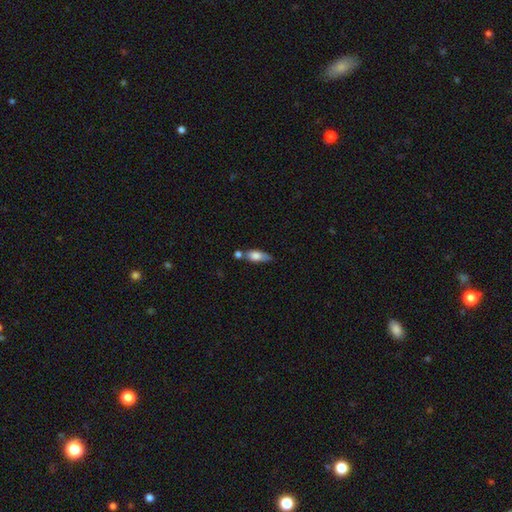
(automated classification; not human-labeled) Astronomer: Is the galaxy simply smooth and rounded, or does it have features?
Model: smooth — 72%.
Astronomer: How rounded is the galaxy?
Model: in between — 73%.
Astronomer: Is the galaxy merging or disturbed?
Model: none — 46% (runner-up: merger, 24%).